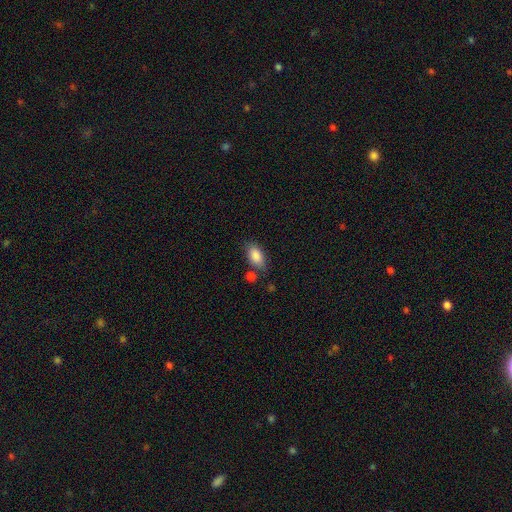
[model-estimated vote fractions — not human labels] Morphology: type=smooth (87%); roundness=in between (91%); merging=none (72%).